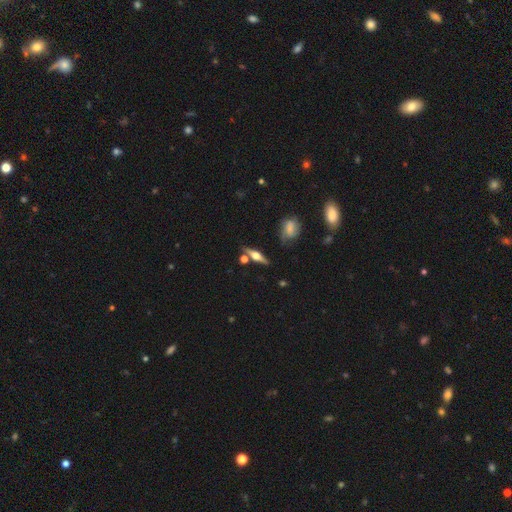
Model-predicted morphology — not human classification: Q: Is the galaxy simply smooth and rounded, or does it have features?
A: featured or disk — 68%.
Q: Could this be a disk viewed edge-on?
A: yes — 95%.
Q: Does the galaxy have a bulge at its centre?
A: rounded — 94%.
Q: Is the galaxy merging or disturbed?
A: none — 77%.